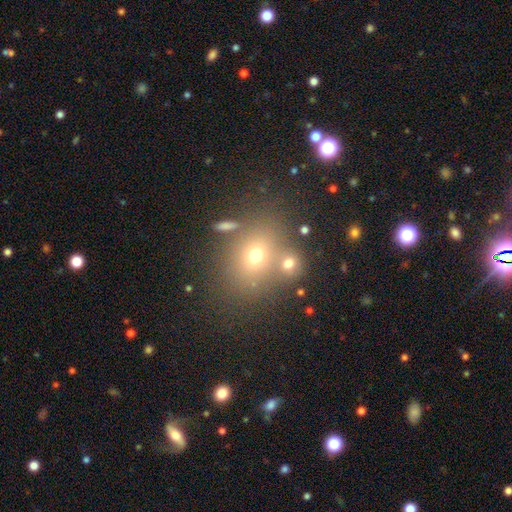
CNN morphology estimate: Q: Smooth or featured?
A: smooth (63%); runner-up: star or artifact (21%)
Q: How rounded?
A: round (55%); runner-up: in between (44%)
Q: Merging?
A: none (64%); runner-up: merger (19%)